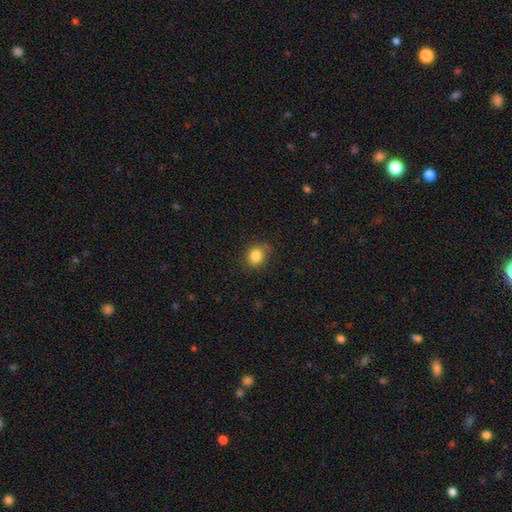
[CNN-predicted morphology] This is clearly a smooth galaxy (84%). How rounded: likely round (73%). Merging: likely none (77%).